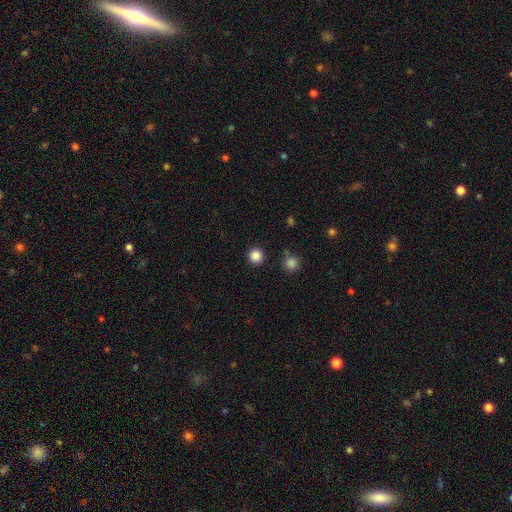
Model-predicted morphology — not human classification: Smooth or featured? Predicted: smooth (p=0.85). How rounded? Predicted: round (p=0.95). Merging? Predicted: none (p=0.90).